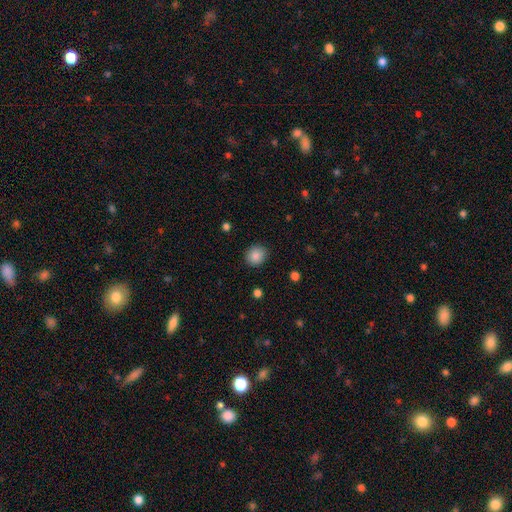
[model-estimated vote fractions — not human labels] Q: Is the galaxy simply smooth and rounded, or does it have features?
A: smooth — 87%.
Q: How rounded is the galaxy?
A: round — 77%.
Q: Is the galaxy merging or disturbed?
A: none — 88%.